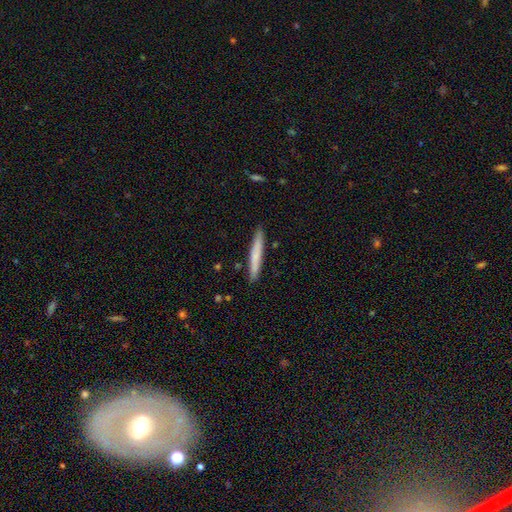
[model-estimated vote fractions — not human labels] Morphology: type=smooth (70%); roundness=cigar-shaped (96%); merging=none (89%).